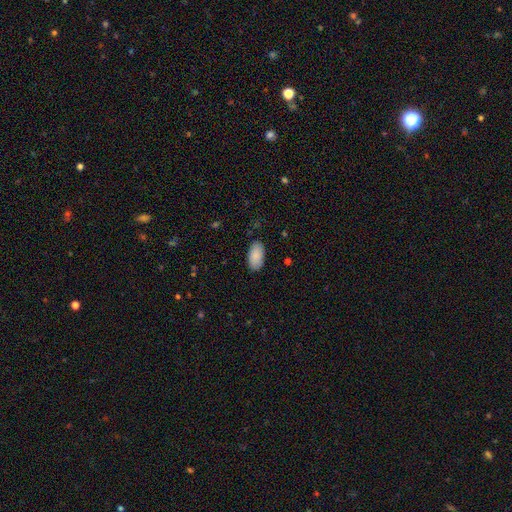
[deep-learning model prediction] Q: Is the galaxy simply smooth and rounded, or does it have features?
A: smooth — 89%.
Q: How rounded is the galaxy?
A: in between — 95%.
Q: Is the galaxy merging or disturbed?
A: none — 87%.